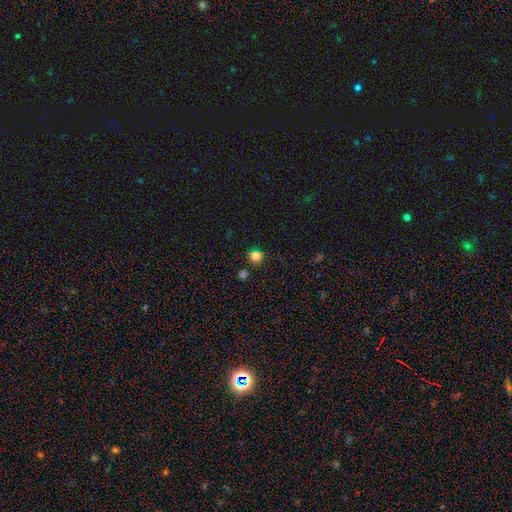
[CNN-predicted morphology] Smooth or featured?
  - smooth: 79% *
  - star or artifact: 16%
  - featured or disk: 5%
How rounded?
  - round: 88% *
  - in between: 11%
  - cigar-shaped: 1%
Merging?
  - none: 83% *
  - minor disturbance: 9%
  - merger: 5%
  - major disturbance: 3%